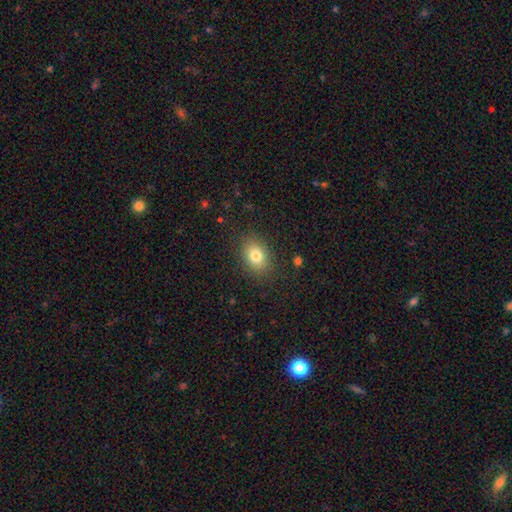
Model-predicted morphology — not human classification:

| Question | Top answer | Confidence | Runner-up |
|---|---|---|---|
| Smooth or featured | smooth | 79% | featured or disk (11%) |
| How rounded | in between | 71% | round (28%) |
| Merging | none | 85% | minor disturbance (10%) |